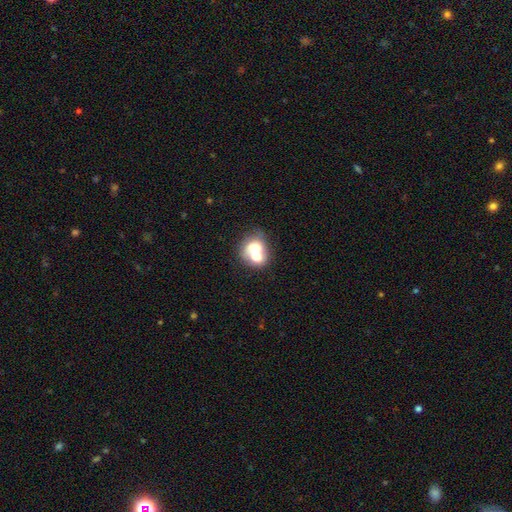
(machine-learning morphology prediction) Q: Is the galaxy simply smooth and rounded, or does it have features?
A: smooth — 61%.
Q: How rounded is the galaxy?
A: round — 58%.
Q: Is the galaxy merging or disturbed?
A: merger — 71%.